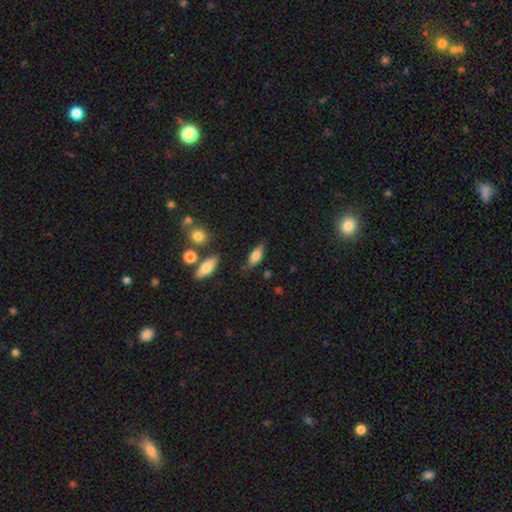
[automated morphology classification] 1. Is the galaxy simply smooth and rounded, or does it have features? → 66% smooth, 27% featured or disk, 8% star or artifact.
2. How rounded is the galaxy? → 70% in between, 26% cigar-shaped, 3% round.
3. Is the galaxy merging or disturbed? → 76% none, 16% minor disturbance, 4% major disturbance, 4% merger.